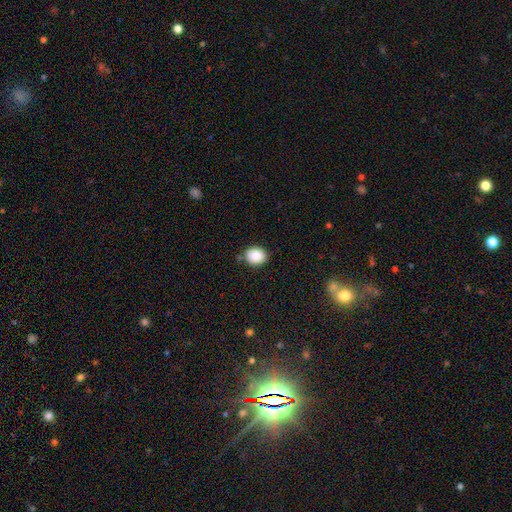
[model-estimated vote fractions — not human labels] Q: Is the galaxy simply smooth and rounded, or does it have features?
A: smooth — 88%.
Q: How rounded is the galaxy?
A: round — 63%.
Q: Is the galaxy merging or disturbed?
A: none — 81%.